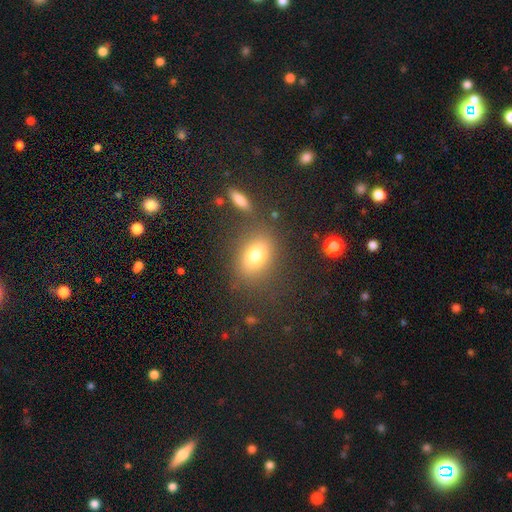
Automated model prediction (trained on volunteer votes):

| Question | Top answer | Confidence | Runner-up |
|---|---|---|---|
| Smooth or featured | smooth | 76% | star or artifact (12%) |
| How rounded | in between | 73% | round (24%) |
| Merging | none | 76% | minor disturbance (12%) |